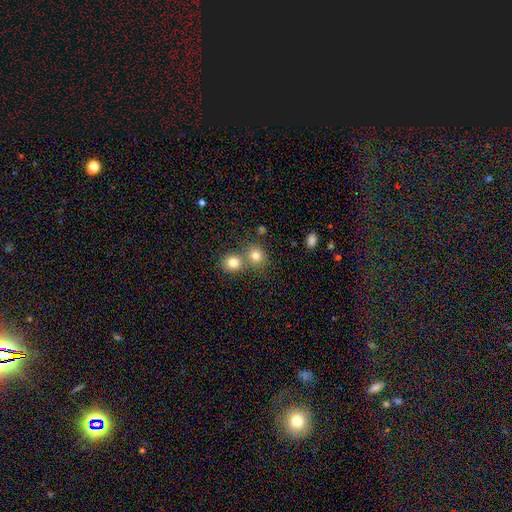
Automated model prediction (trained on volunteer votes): Smooth or featured? smooth (80%)
How rounded? round (83%)
Merging? none (54%)